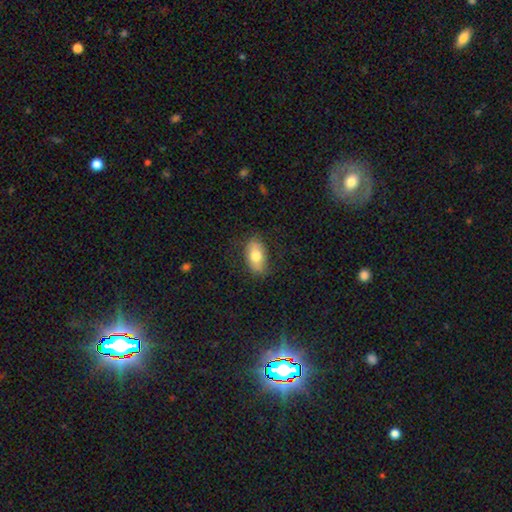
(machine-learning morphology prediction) smooth-or-featured: smooth: 72% | featured or disk: 21% | star or artifact: 7%
  how-rounded: in between: 91% | round: 5% | cigar-shaped: 3%
  merging: none: 80% | minor disturbance: 15% | major disturbance: 4% | merger: 1%